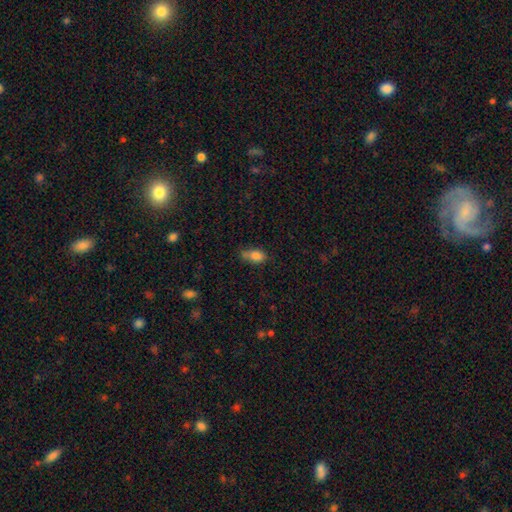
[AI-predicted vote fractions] A smooth galaxy with no disk features (82%) that is in between round and cigar-shaped (84%).

Vote fractions:
- Smooth or featured? smooth: 82% / star or artifact: 10% / featured or disk: 8%
- How rounded? in between: 84% / round: 10% / cigar-shaped: 5%
- Merging? none: 48% / minor disturbance: 31% / merger: 12% / major disturbance: 8%